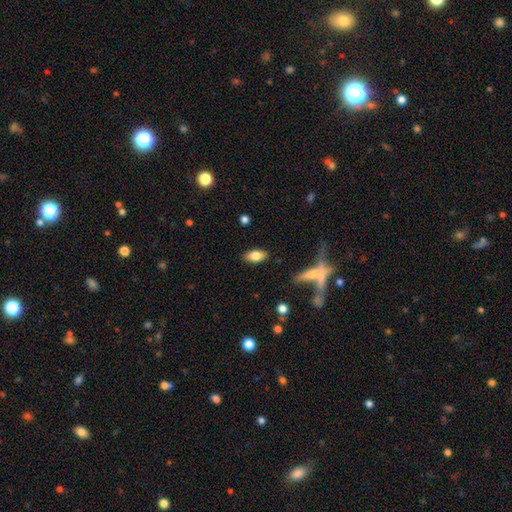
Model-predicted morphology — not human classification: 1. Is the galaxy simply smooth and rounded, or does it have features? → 77% smooth, 16% featured or disk, 8% star or artifact.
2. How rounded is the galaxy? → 87% in between, 9% cigar-shaped, 4% round.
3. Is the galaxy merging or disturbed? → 84% none, 10% minor disturbance, 3% major disturbance, 3% merger.